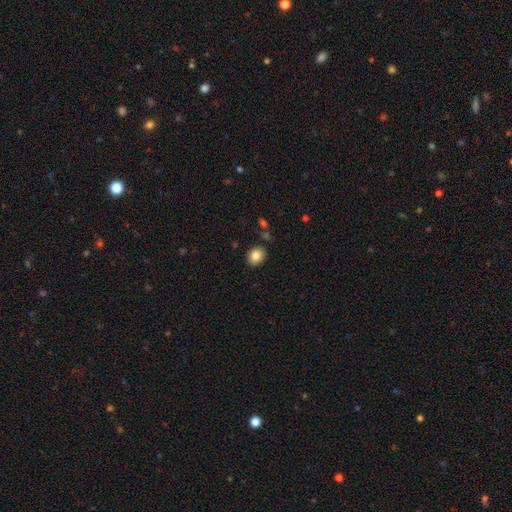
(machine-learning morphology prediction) This is clearly a smooth galaxy (83%). How rounded: possibly round (57%). Merging: clearly none (86%).